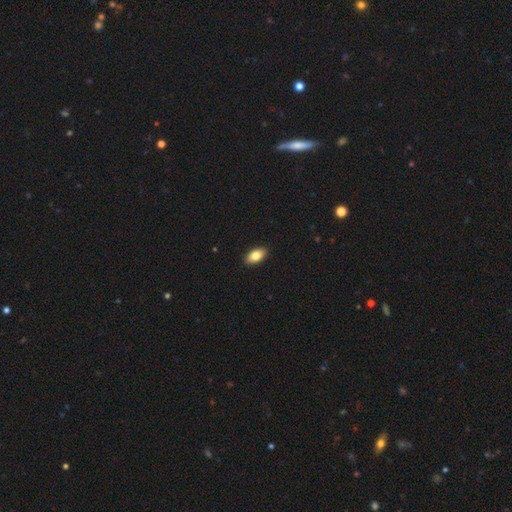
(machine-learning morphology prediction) Smooth or featured?
  - smooth: 81% *
  - featured or disk: 12%
  - star or artifact: 7%
How rounded?
  - in between: 92% *
  - cigar-shaped: 4%
  - round: 4%
Merging?
  - none: 91% *
  - minor disturbance: 7%
  - major disturbance: 2%
  - merger: 1%